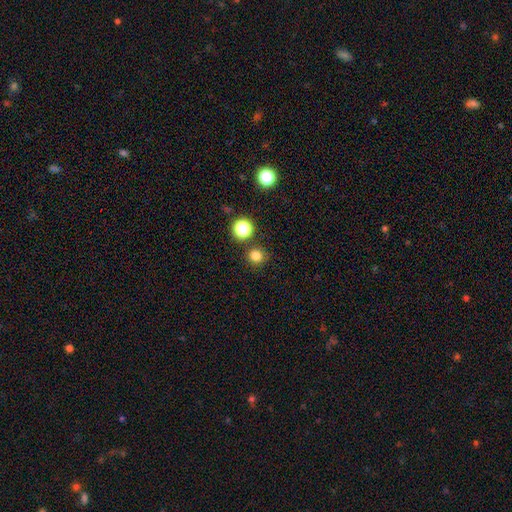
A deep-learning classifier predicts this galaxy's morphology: Overall: smooth (79%). How rounded: round (92%). Merging: none (85%).